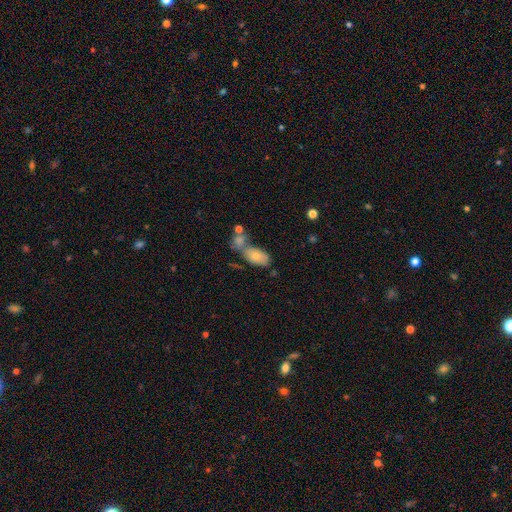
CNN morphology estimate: smooth 72%, featured or disk 21%, star or artifact 8%. Down the decision tree: how rounded — in between (90%); merging — merger (43%).